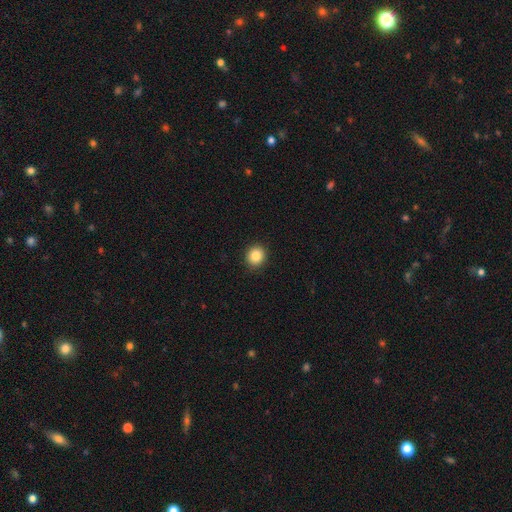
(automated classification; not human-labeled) smooth-or-featured: smooth: 86% | star or artifact: 10% | featured or disk: 5%
  how-rounded: round: 86% | in between: 13% | cigar-shaped: 1%
  merging: none: 92% | minor disturbance: 6% | major disturbance: 2% | merger: 1%